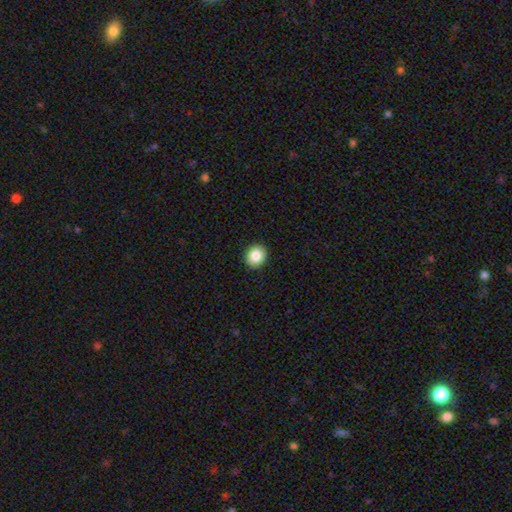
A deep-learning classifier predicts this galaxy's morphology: The model was most divided on "how rounded": round: 80%, in between: 19%, cigar-shaped: 1%. More confident: merging — none (92%); smooth or featured — smooth (84%).